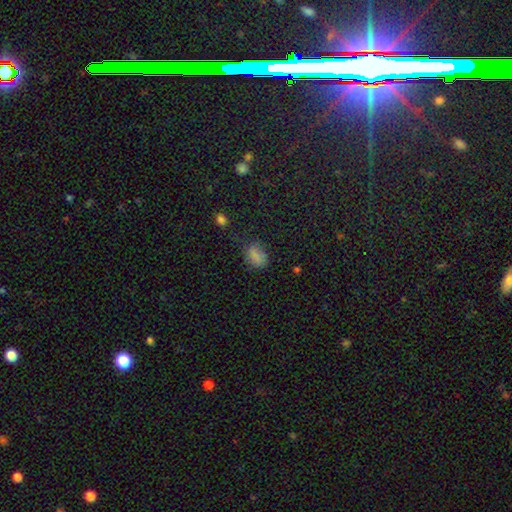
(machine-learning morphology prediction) This appears to be a smooth galaxy with no disk features (78%) that is in between round and cigar-shaped (82%). Merging: none (58%).